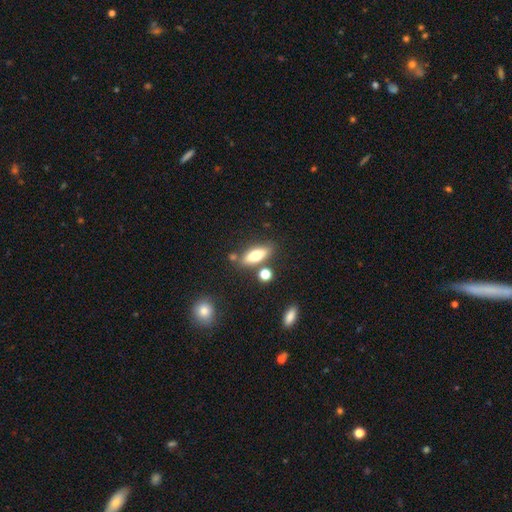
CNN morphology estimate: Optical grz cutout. It shows a smooth galaxy with no disk features (68%) that is in between round and cigar-shaped (63%). Merging: none (74%).